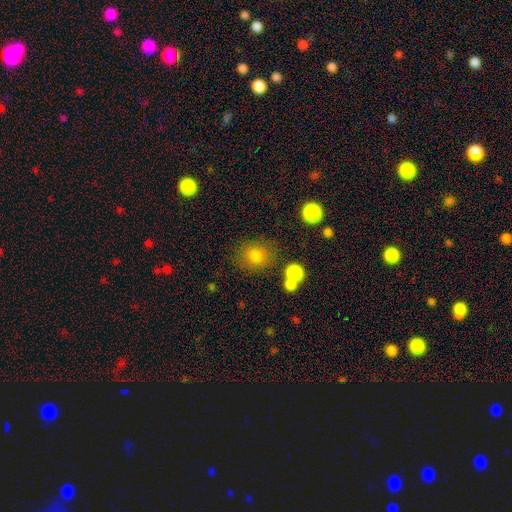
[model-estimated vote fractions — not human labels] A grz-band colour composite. It shows a smooth galaxy with no disk features (81%) that is round (79%). Merging: none (73%).